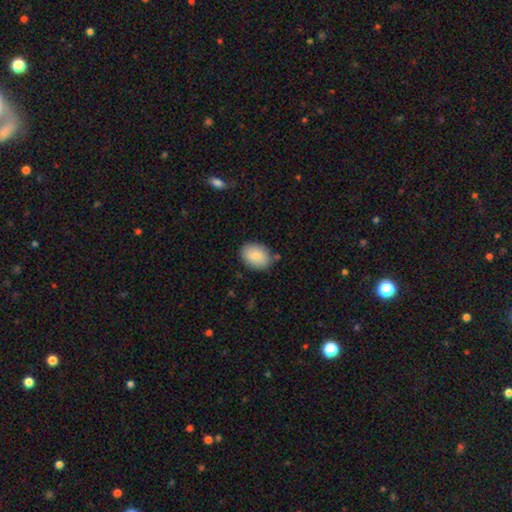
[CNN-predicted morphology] A smooth galaxy with no disk features (84%) that is in between round and cigar-shaped (78%). Merging: none (81%).